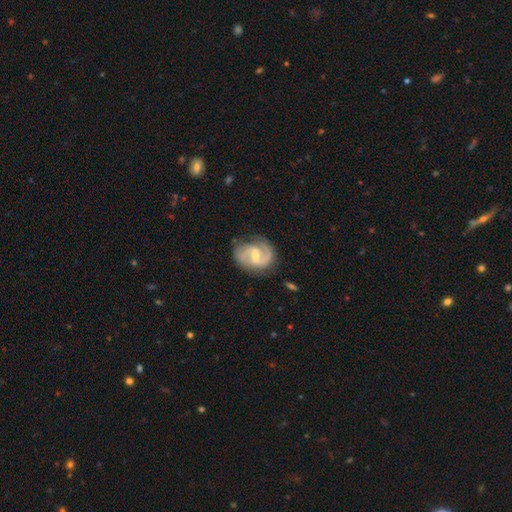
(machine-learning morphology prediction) A featured or disk galaxy (88%) with a weak bar (57%), 2 (88%) medium (55%) spiral arms (97%) and a small central bulge (50%).

Vote fractions:
- Smooth or featured? featured or disk: 88% / smooth: 7% / star or artifact: 4%
- Edge-on disk? no: 98% / yes: 2%
- Bar? weak: 57% / no: 24% / strong: 19%
- Spiral arms? yes: 97% / no: 3%
- Spiral winding? medium: 55% / tight: 27% / loose: 18%
- Spiral arm count? 2: 88% / can't tell: 4% / 1: 3% / 3: 3% / 4: 1% / more than 4: 1%
- Bulge size? small: 50% / moderate: 45% / none: 2% / large: 2% / dominant: 1%
- Merging? none: 74% / minor disturbance: 18% / major disturbance: 6% / merger: 2%